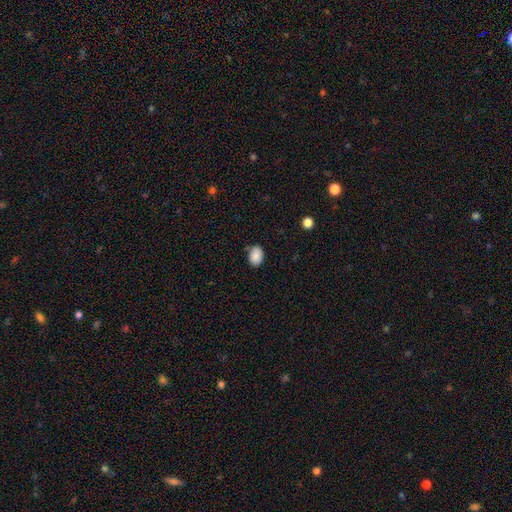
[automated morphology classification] Smooth or featured: smooth — 87% (star or artifact — 8%)
How rounded: in between — 75% (round — 24%)
Merging: none — 77% (minor disturbance — 17%)